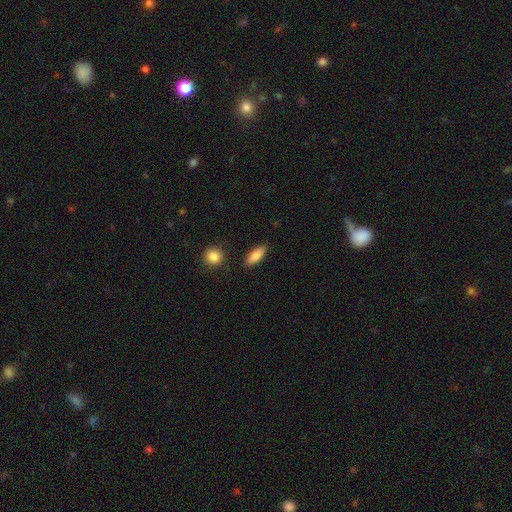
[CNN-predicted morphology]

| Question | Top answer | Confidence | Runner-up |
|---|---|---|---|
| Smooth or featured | smooth | 86% | featured or disk (7%) |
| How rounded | in between | 75% | cigar-shaped (22%) |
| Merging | none | 86% | minor disturbance (9%) |